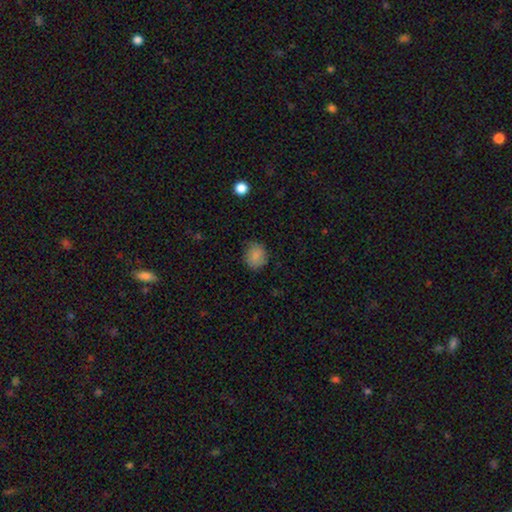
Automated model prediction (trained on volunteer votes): smooth-or-featured: smooth: 83% | star or artifact: 9% | featured or disk: 8%
  how-rounded: round: 78% | in between: 21% | cigar-shaped: 1%
  merging: none: 71% | minor disturbance: 23% | major disturbance: 5% | merger: 1%